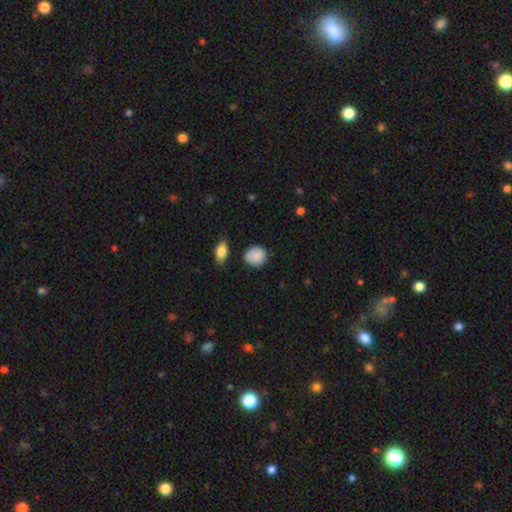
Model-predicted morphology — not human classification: type=smooth (87%); roundness=round (79%); merging=none (76%).